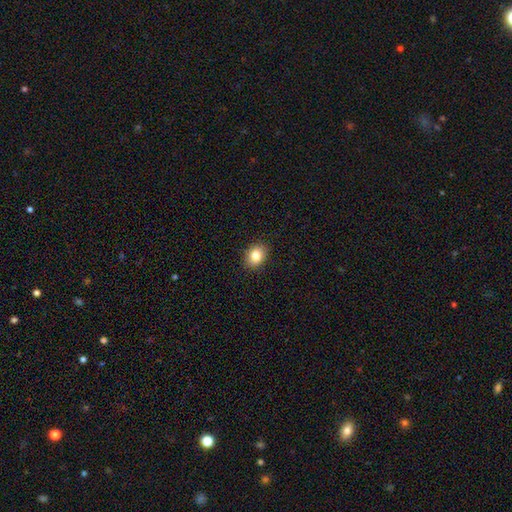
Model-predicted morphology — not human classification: This appears to be a smooth galaxy with no disk features (83%) that is in between round and cigar-shaped (59%). Merging: none (89%).